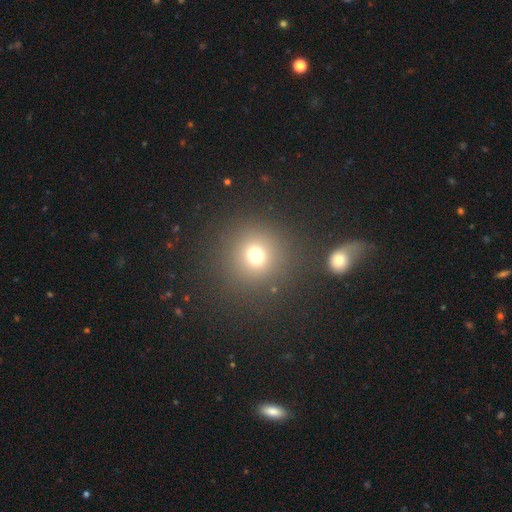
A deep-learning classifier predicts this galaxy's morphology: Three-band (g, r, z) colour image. It shows a smooth galaxy with no disk features (70%) that is round (92%). Merging: none (84%).